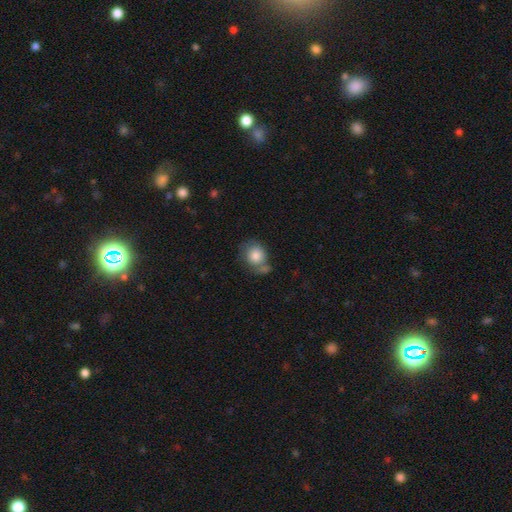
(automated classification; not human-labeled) Q: Smooth or featured?
A: smooth (80%); runner-up: featured or disk (12%)
Q: How rounded?
A: round (68%); runner-up: in between (31%)
Q: Merging?
A: none (47%); runner-up: minor disturbance (22%)